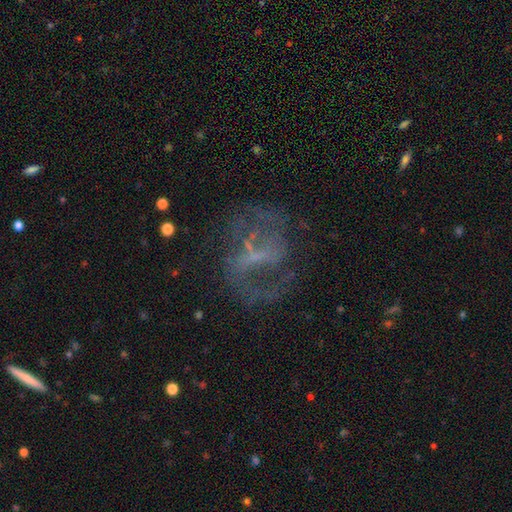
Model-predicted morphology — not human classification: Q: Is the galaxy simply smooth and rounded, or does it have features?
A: featured or disk — 67%.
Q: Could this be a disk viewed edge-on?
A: no — 96%.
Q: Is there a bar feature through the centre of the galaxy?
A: weak — 39%.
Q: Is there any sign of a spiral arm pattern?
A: yes — 61%.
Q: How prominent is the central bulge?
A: none — 51%.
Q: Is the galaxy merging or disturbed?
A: none — 56%.